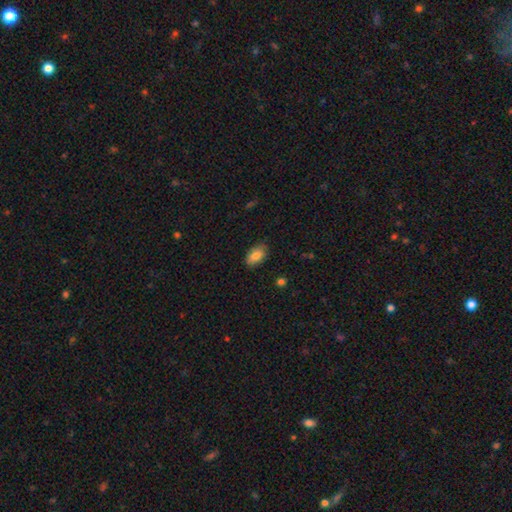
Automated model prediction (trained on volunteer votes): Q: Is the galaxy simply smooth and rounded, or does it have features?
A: smooth — 84%.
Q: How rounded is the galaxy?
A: in between — 93%.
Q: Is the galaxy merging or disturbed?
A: none — 85%.